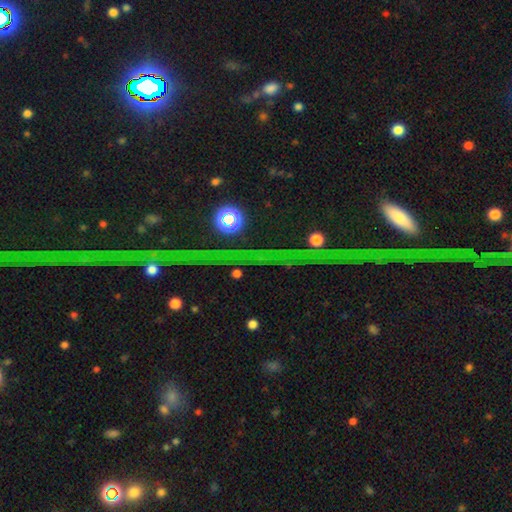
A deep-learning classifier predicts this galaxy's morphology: smooth_or_featured: star or artifact (p=0.72) [alt: featured or disk p=0.15]